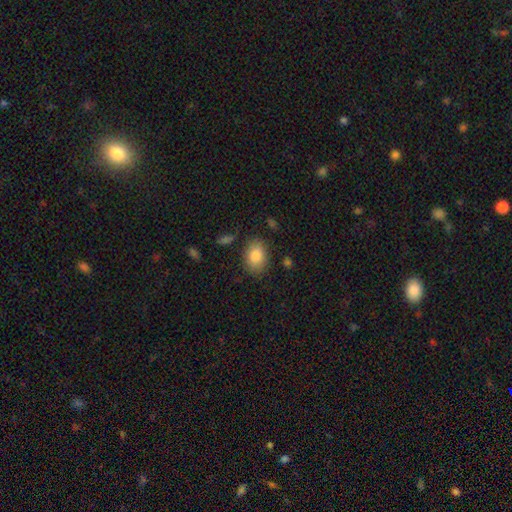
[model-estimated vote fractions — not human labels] Q: Smooth or featured?
A: smooth (86%); runner-up: star or artifact (7%)
Q: How rounded?
A: in between (79%); runner-up: round (20%)
Q: Merging?
A: none (80%); runner-up: minor disturbance (14%)